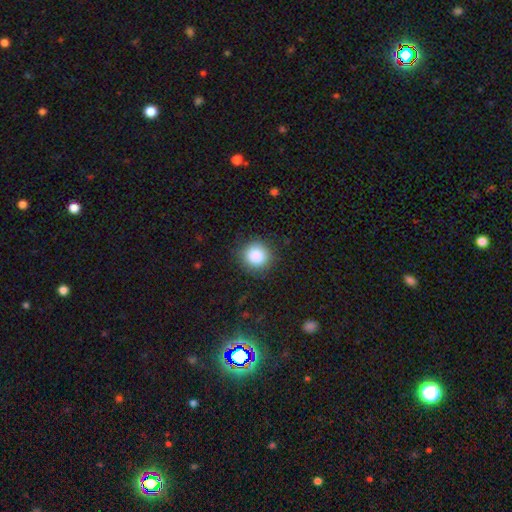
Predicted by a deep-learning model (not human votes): The model was most divided on "smooth or featured": smooth: 85%, star or artifact: 10%, featured or disk: 6%. More confident: how rounded — round (91%); merging — none (88%).